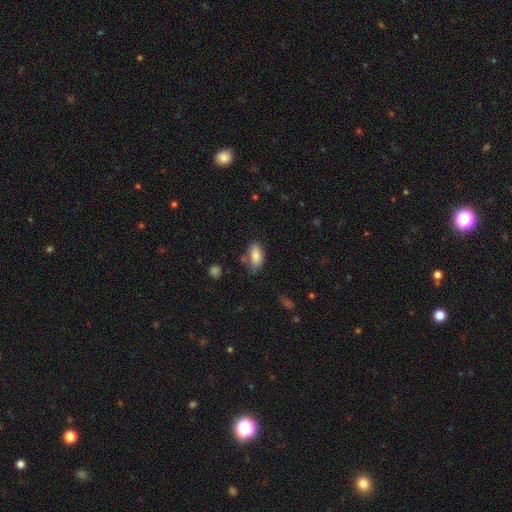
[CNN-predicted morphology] Overall: smooth (83%). How rounded: in between (91%). Merging: none (65%).